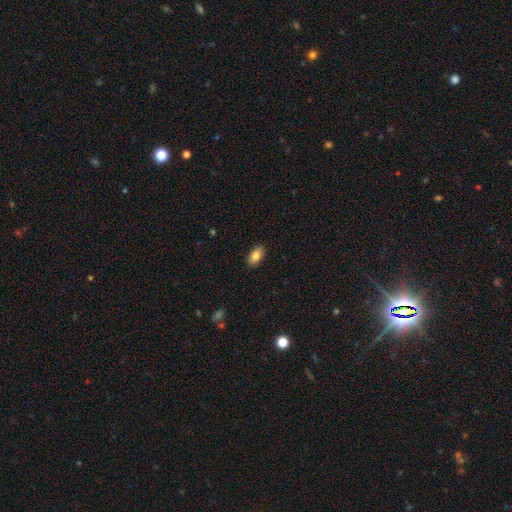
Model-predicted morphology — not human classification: Smooth or featured? smooth (84%)
How rounded? in between (92%)
Merging? none (90%)